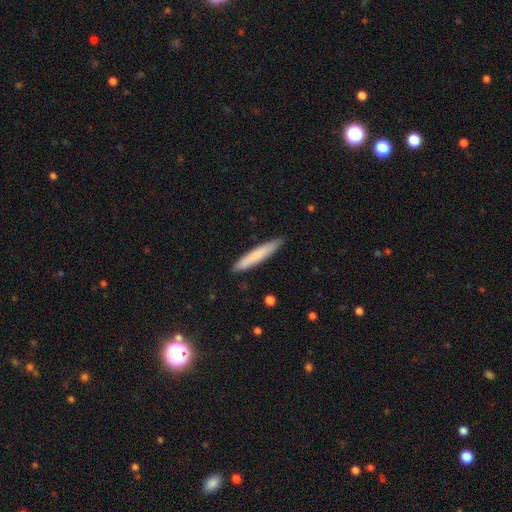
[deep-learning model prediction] Smooth or featured?
  - smooth: 77% *
  - featured or disk: 17%
  - star or artifact: 6%
How rounded?
  - cigar-shaped: 94% *
  - in between: 5%
  - round: 1%
Merging?
  - none: 89% *
  - minor disturbance: 8%
  - major disturbance: 1%
  - merger: 1%